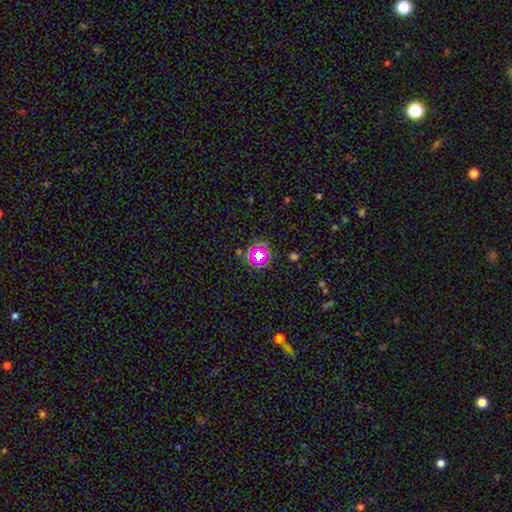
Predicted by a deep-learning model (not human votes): A star or artifact, not a galaxy (54%).